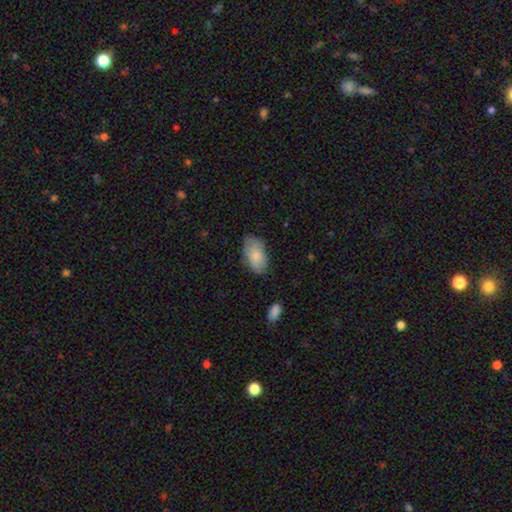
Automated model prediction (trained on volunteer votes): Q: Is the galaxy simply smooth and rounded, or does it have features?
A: smooth — 83%.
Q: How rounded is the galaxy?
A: in between — 94%.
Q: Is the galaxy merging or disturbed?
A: none — 70%.